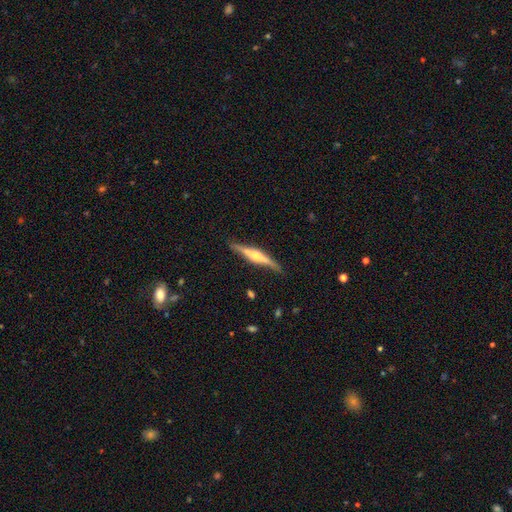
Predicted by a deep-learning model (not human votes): Morphology: type=featured or disk (71%); edge-on=yes (96%); edge-on bulge=rounded (84%); merging=none (84%).